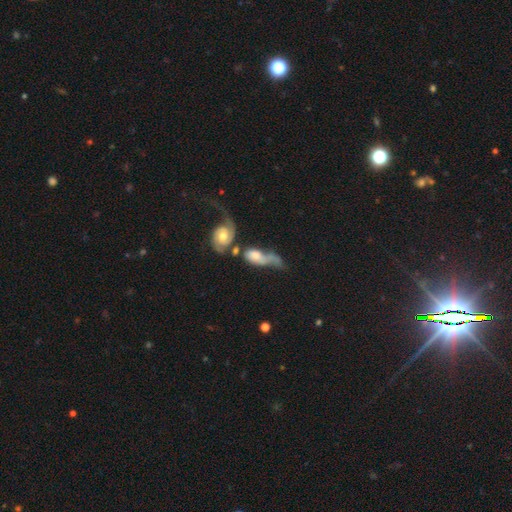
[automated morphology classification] Overall: featured or disk (55%; smooth 37%). Edge-on disk: no (88%). Merging: merger (51%; major disturbance 25%).